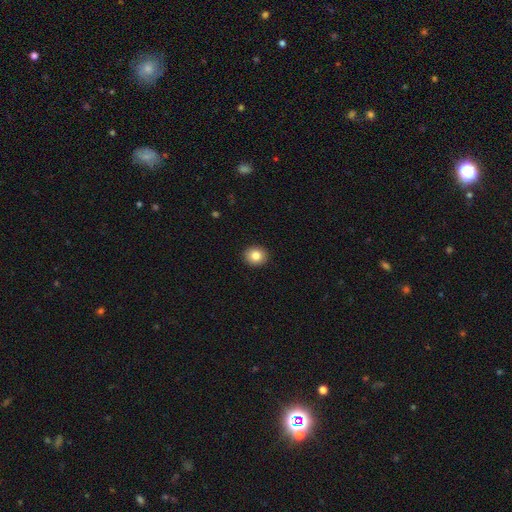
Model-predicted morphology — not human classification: A smooth galaxy with no disk features (83%) that is round (80%).

Vote fractions:
- Smooth or featured? smooth: 83% / star or artifact: 10% / featured or disk: 7%
- How rounded? round: 80% / in between: 19% / cigar-shaped: 1%
- Merging? none: 92% / minor disturbance: 5% / major disturbance: 2% / merger: 1%